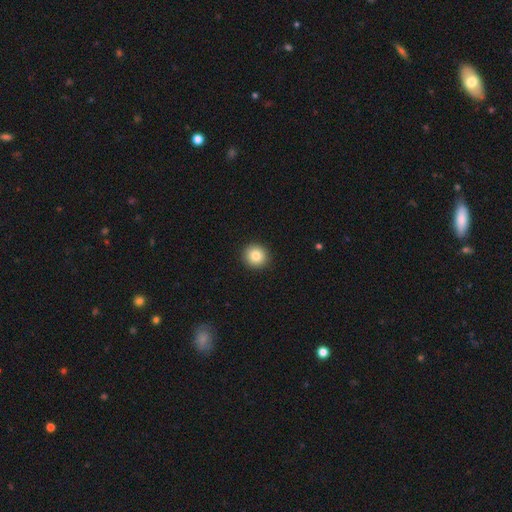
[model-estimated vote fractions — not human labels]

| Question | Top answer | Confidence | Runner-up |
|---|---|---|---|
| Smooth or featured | smooth | 84% | star or artifact (10%) |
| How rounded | round | 94% | in between (5%) |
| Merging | none | 93% | minor disturbance (5%) |